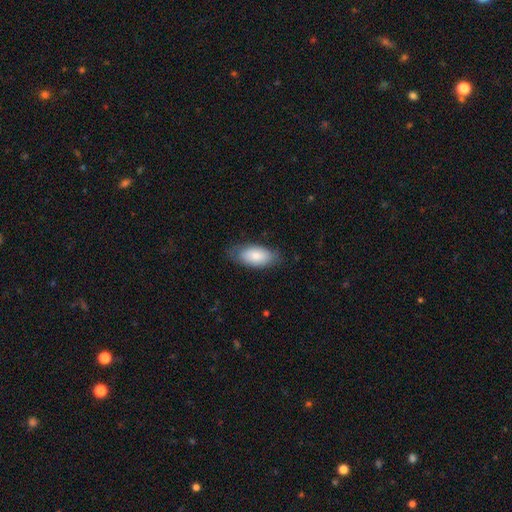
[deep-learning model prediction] smooth-or-featured: smooth: 79% | featured or disk: 15% | star or artifact: 6%
  how-rounded: in between: 92% | cigar-shaped: 5% | round: 3%
  merging: none: 74% | minor disturbance: 20% | major disturbance: 5% | merger: 1%